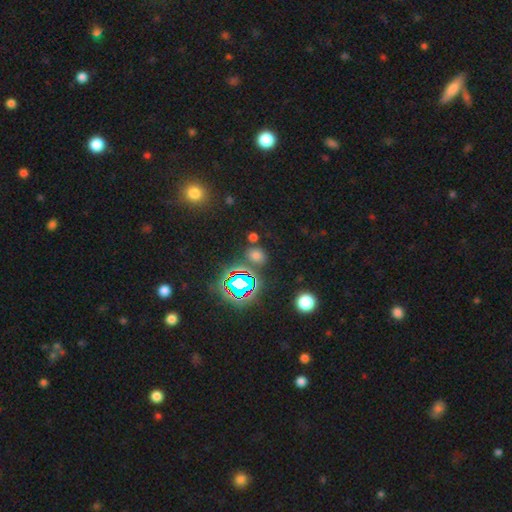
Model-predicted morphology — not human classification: A smooth galaxy with no disk features (53%) that is round (61%).

Vote fractions:
- Smooth or featured? smooth: 53% / star or artifact: 40% / featured or disk: 7%
- How rounded? round: 61% / in between: 37% / cigar-shaped: 2%
- Merging? none: 78% / minor disturbance: 10% / merger: 8% / major disturbance: 4%